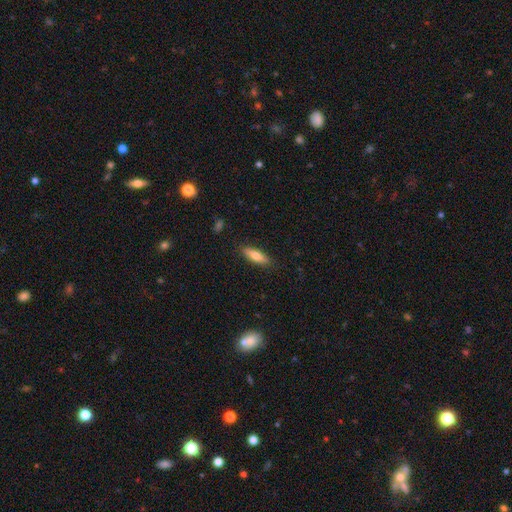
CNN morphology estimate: This is likely a smooth galaxy (74%). How rounded: possibly cigar-shaped (50%). Merging: clearly none (87%).